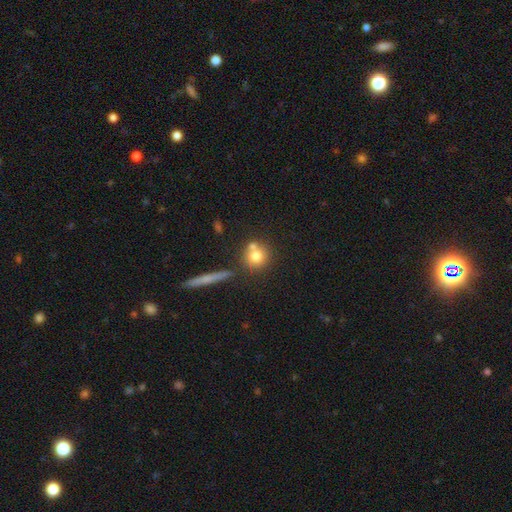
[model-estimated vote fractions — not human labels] smooth-or-featured: smooth: 73% | featured or disk: 16% | star or artifact: 11%
  how-rounded: round: 88% | in between: 9% | cigar-shaped: 3%
  merging: none: 60% | merger: 26% | minor disturbance: 10% | major disturbance: 4%